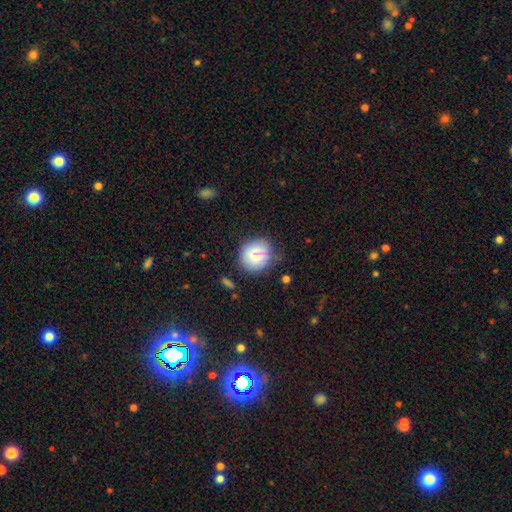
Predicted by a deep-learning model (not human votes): This appears to be a smooth galaxy with no disk features (72%) that is round (87%). Merging: none (69%).